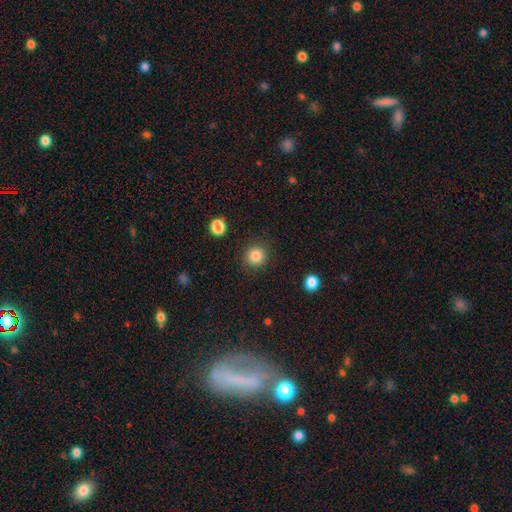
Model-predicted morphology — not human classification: A smooth galaxy with no disk features (85%) that is round (92%). Merging: none (90%).